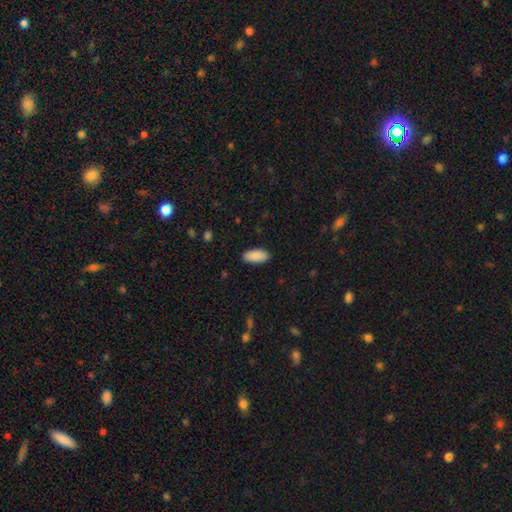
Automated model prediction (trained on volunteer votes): The model was most divided on "merging": none: 89%, minor disturbance: 8%, major disturbance: 2%, merger: 1%. More confident: smooth or featured — smooth (91%); how rounded — in between (90%).